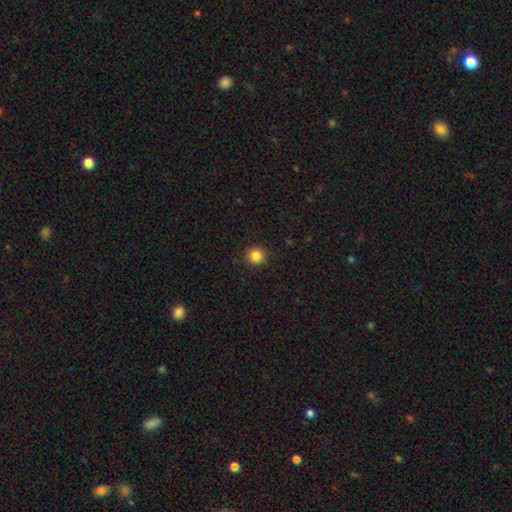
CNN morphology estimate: type=smooth (84%); roundness=round (95%); merging=none (93%).